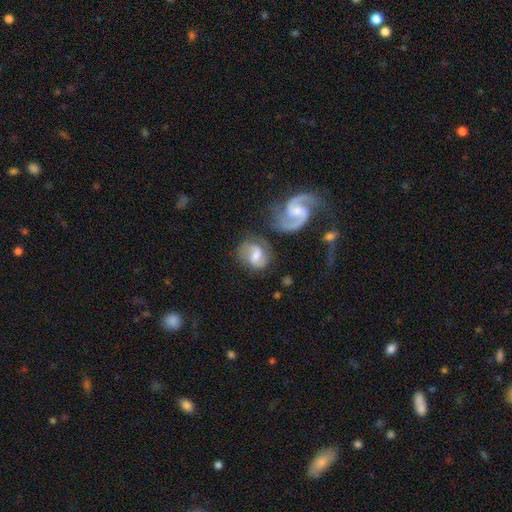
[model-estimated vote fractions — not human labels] Smooth or featured?
  - featured or disk: 65% *
  - smooth: 27%
  - star or artifact: 7%
Edge-on disk?
  - no: 97% *
  - yes: 3%
Bar?
  - weak: 58% *
  - no: 25%
  - strong: 16%
Spiral arms?
  - yes: 91% *
  - no: 9%
Spiral winding?
  - medium: 51% *
  - loose: 32%
  - tight: 17%
Spiral arm count?
  - 2: 84% *
  - 1: 7%
  - can't tell: 6%
  - 3: 2%
  - 4: 1%
  - more than 4: 1%
Bulge size?
  - moderate: 47% *
  - small: 36%
  - none: 9%
  - large: 6%
  - dominant: 1%
Merging?
  - none: 61% *
  - minor disturbance: 19%
  - merger: 11%
  - major disturbance: 9%